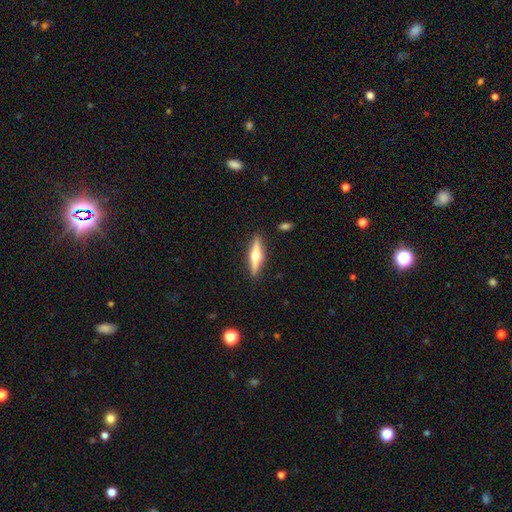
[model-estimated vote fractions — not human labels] This appears to be a featured or disk galaxy (69%) viewed edge-on (97%) with a rounded central bulge (96%). Merging: none (90%).